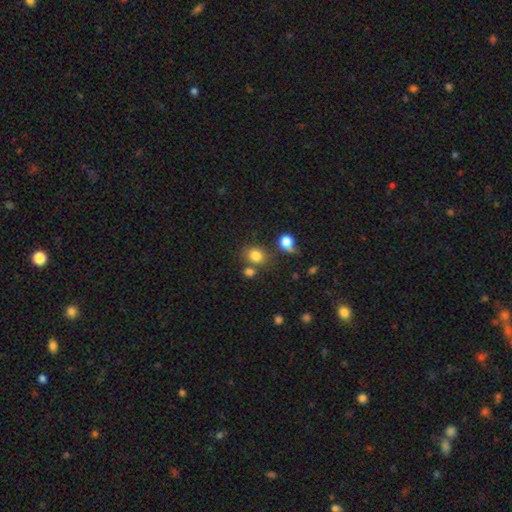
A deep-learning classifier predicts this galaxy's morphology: Smooth or featured? Predicted: smooth (p=0.80). How rounded? Predicted: round (p=0.65). Merging? Predicted: none (p=0.65).